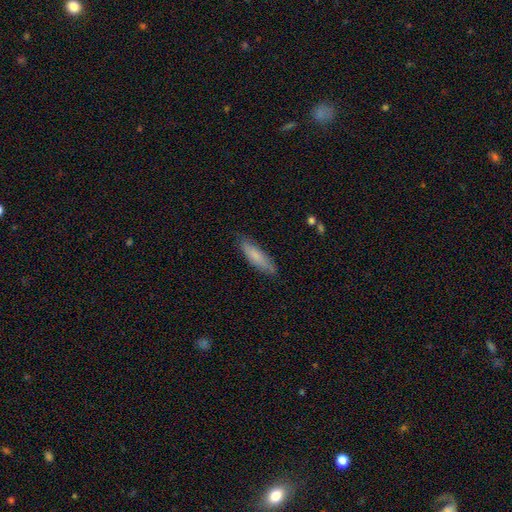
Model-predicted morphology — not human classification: type=smooth (77%); roundness=cigar-shaped (71%); merging=none (81%).